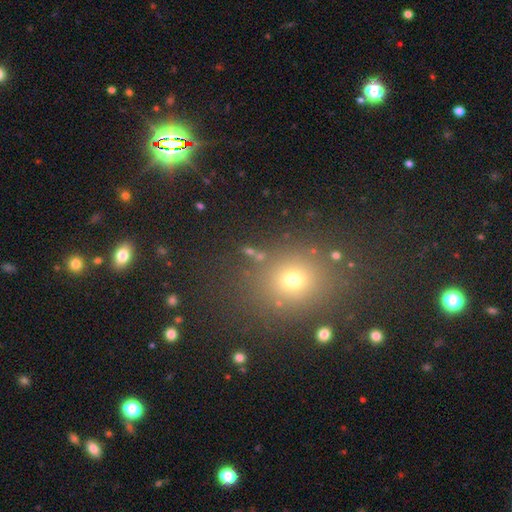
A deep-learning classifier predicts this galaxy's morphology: A smooth galaxy with no disk features (60%) that is round (67%). Merging: none (82%).